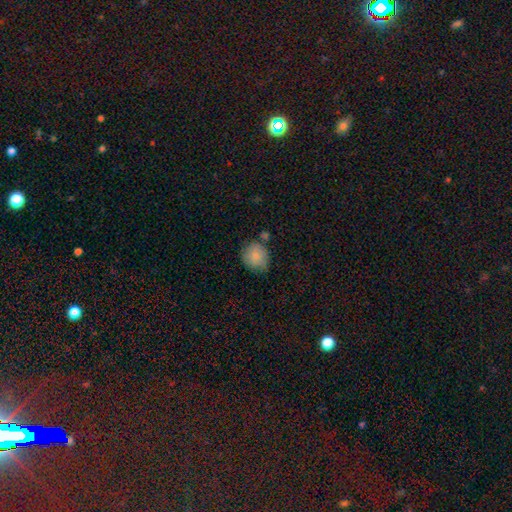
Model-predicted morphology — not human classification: A smooth galaxy with no disk features (86%) that is round (80%). Merging: none (64%).